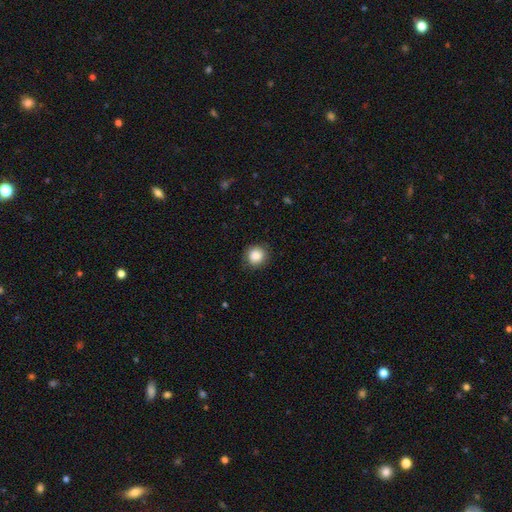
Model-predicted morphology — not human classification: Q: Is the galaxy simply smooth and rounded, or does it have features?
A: smooth — 87%.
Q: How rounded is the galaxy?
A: round — 89%.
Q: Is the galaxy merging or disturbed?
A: none — 85%.